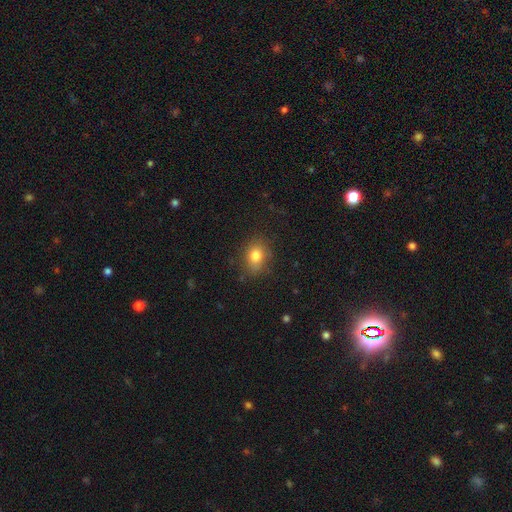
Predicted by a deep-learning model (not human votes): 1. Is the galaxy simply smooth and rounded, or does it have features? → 80% smooth, 11% star or artifact, 9% featured or disk.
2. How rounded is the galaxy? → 54% in between, 45% round, 1% cigar-shaped.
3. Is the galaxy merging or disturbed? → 77% none, 17% minor disturbance, 5% major disturbance, 2% merger.